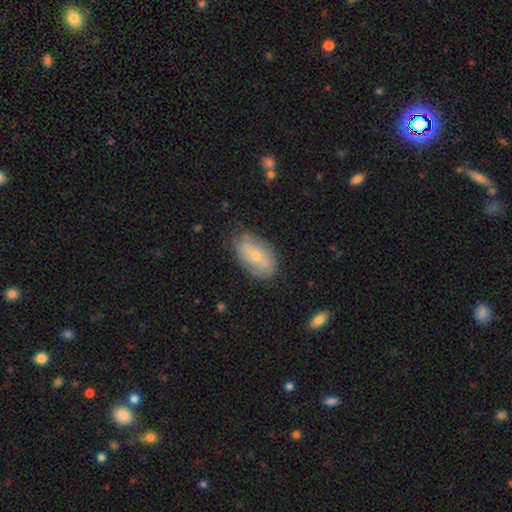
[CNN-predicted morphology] smooth-or-featured: smooth: 50% | featured or disk: 43% | star or artifact: 8%
  merging: none: 71% | minor disturbance: 22% | major disturbance: 6% | merger: 2%